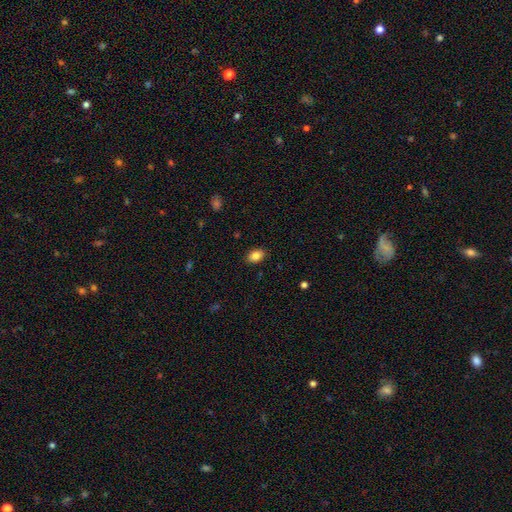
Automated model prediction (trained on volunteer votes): Morphology: type=smooth (86%); roundness=in between (85%); merging=none (88%).